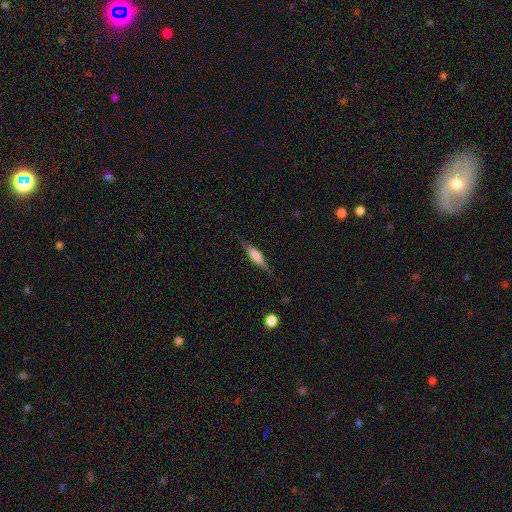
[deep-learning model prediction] smooth 57%, featured or disk 36%, star or artifact 7%. Down the decision tree: how rounded — cigar-shaped (73%); merging — none (80%).